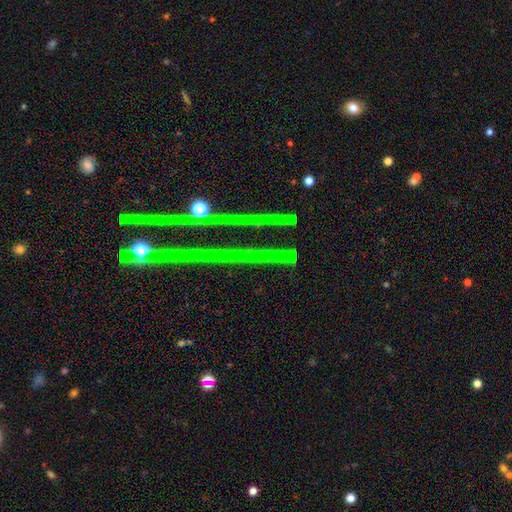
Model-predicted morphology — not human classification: smooth-or-featured: star or artifact: 77% | featured or disk: 16% | smooth: 7%